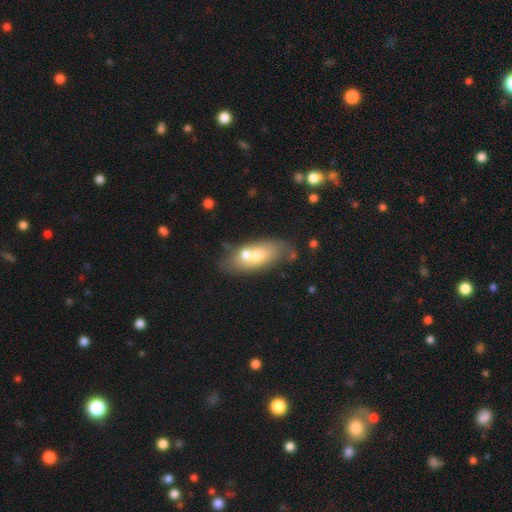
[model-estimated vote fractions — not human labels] A smooth galaxy with no disk features (60%) that is in between round and cigar-shaped (79%).

Vote fractions:
- Smooth or featured? smooth: 60% / featured or disk: 32% / star or artifact: 8%
- How rounded? in between: 79% / cigar-shaped: 15% / round: 6%
- Merging? none: 45% / merger: 36% / minor disturbance: 14% / major disturbance: 5%